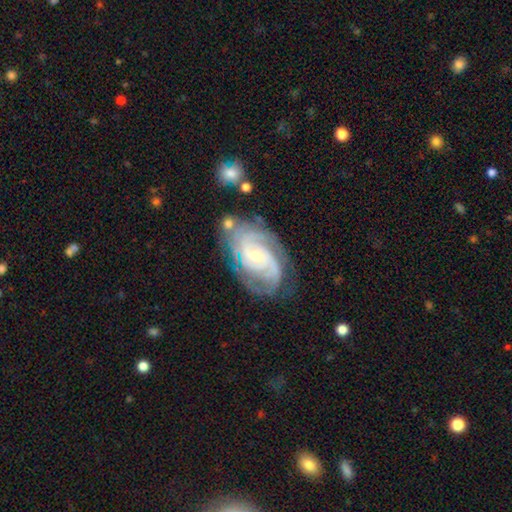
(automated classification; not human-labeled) A featured or disk galaxy (89%) with no bar (60%), 3 (31%) tight (67%) spiral arms (98%) and a small central bulge (63%). Merging: none (69%).